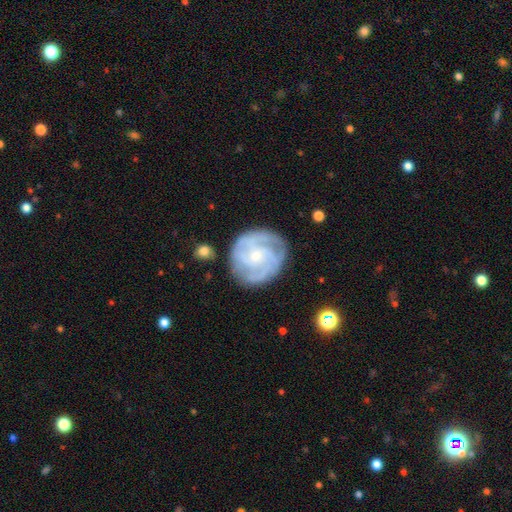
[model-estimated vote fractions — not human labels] The model was most divided on "spiral arm count": 3: 39%, 2: 17%, 4: 17%, can't tell: 16%, more than 4: 5%, 1: 5%. More confident: edge-on disk — no (98%); spiral arms — yes (97%); smooth or featured — featured or disk (86%); merging — none (81%); bulge size — small (77%); bar — no (67%); spiral winding — tight (63%).